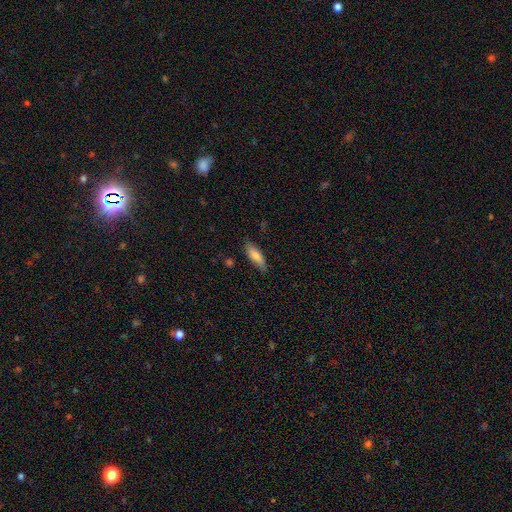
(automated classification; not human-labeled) Smooth or featured? smooth (79%)
How rounded? cigar-shaped (50%)
Merging? none (84%)